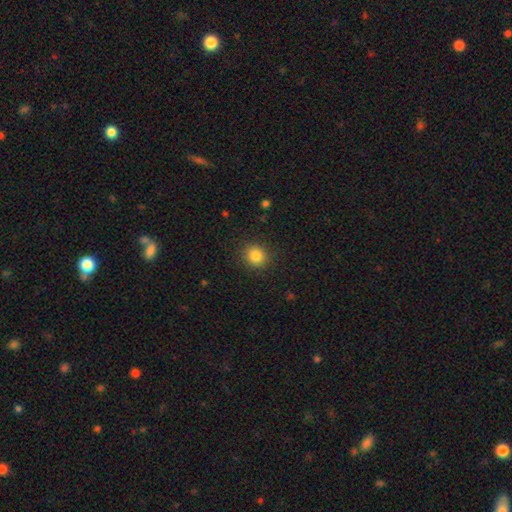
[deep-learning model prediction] This appears to be a smooth galaxy with no disk features (84%) that is round (86%). Merging: none (90%).